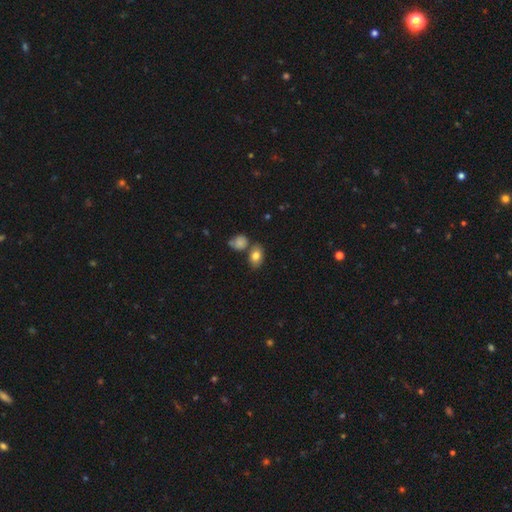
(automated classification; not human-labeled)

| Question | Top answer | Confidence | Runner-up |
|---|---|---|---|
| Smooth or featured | smooth | 80% | featured or disk (10%) |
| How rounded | in between | 80% | round (19%) |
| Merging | none | 65% | merger (18%) |